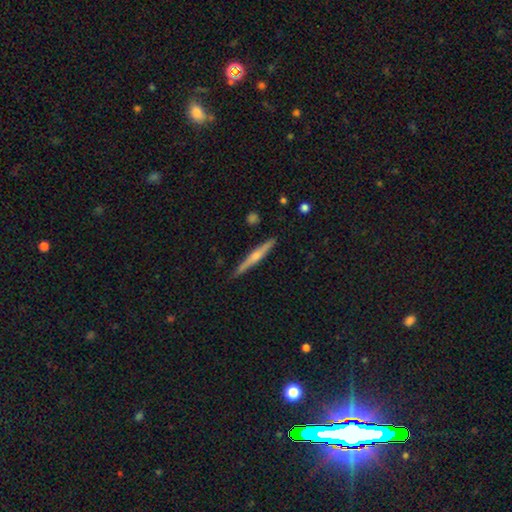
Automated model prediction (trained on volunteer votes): A featured or disk galaxy (65%) viewed edge-on (98%) with a rounded central bulge (80%).

Vote fractions:
- Smooth or featured? featured or disk: 65% / smooth: 29% / star or artifact: 6%
- Edge-on disk? yes: 98% / no: 2%
- Edge-on bulge? rounded: 80% / none: 15% / boxy: 5%
- Merging? none: 88% / minor disturbance: 9% / major disturbance: 2% / merger: 1%